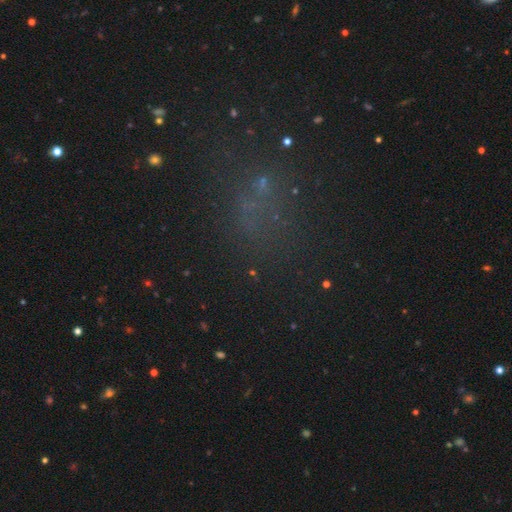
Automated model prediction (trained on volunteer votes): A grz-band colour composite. It shows a star or artifact, not a galaxy (52%).